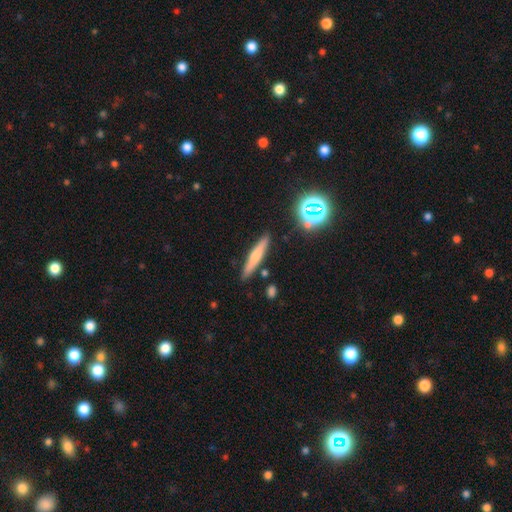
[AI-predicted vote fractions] This appears to be a smooth galaxy with no disk features (56%) that is cigar-shaped (90%). Merging: none (86%).